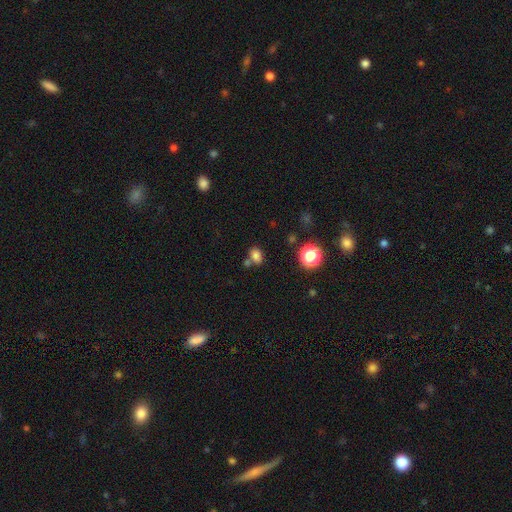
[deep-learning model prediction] A smooth galaxy with no disk features (78%) that is in between round and cigar-shaped (69%). Merging: none (62%).